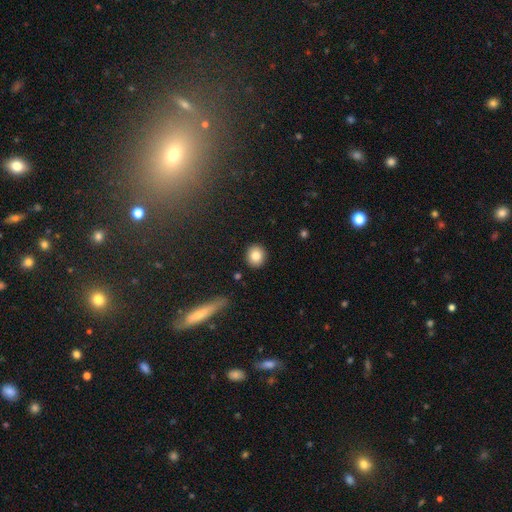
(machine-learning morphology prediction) smooth-or-featured: smooth: 84% | star or artifact: 9% | featured or disk: 7%
  how-rounded: round: 80% | in between: 19% | cigar-shaped: 1%
  merging: none: 90% | minor disturbance: 7% | major disturbance: 2% | merger: 2%